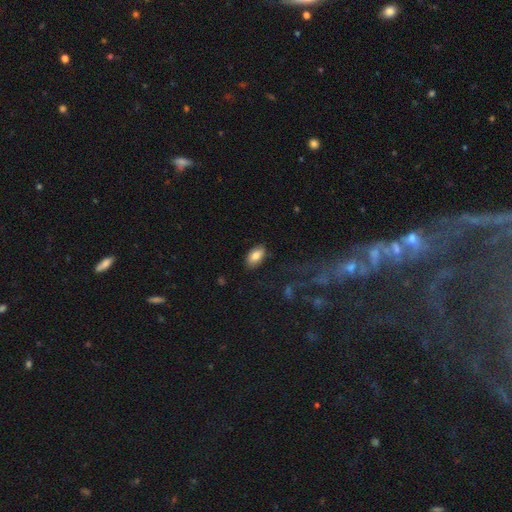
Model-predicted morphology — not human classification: smooth 81%, featured or disk 12%, star or artifact 7%. Down the decision tree: how rounded — in between (93%); merging — none (85%).